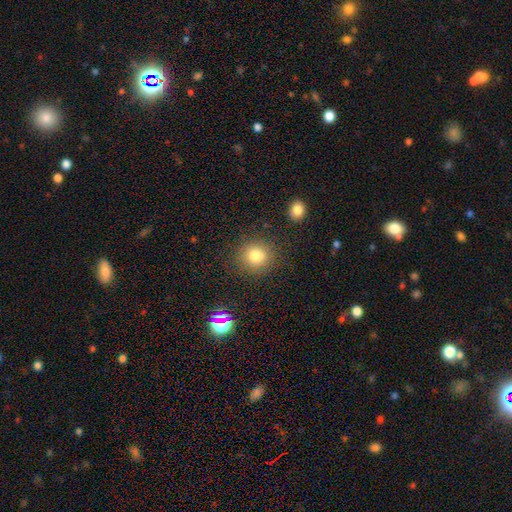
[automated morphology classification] Smooth or featured?
  - smooth: 79% *
  - star or artifact: 14%
  - featured or disk: 7%
How rounded?
  - round: 90% *
  - in between: 9%
  - cigar-shaped: 1%
Merging?
  - none: 86% *
  - minor disturbance: 8%
  - major disturbance: 3%
  - merger: 2%